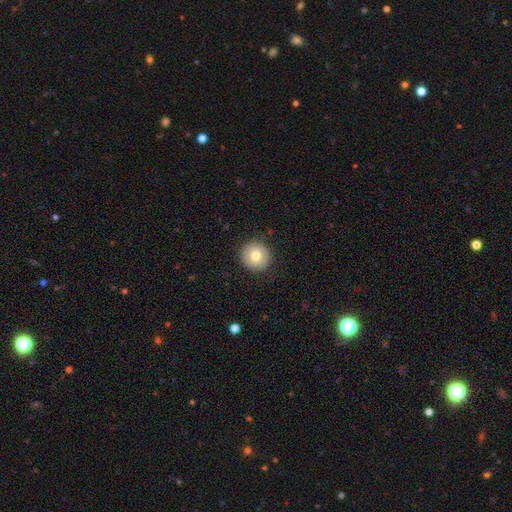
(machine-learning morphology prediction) Smooth or featured? smooth (73%)
How rounded? round (94%)
Merging? none (89%)